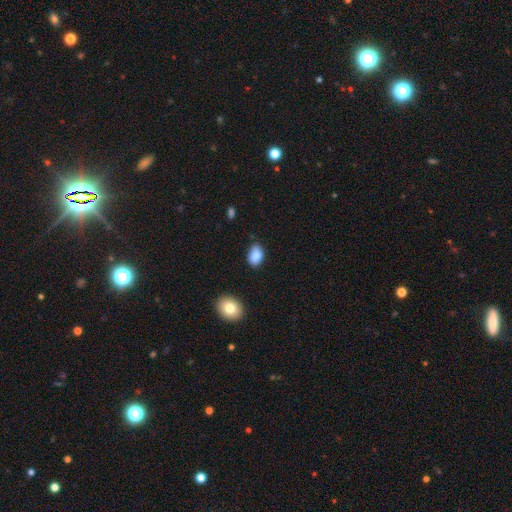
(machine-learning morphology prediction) This is clearly a smooth galaxy (86%). How rounded: clearly in between (88%). Merging: likely none (72%).